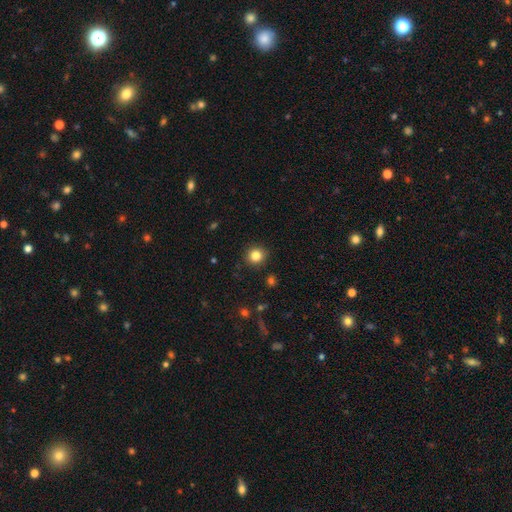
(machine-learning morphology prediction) This appears to be a smooth galaxy with no disk features (82%) that is round (90%). Merging: none (90%).